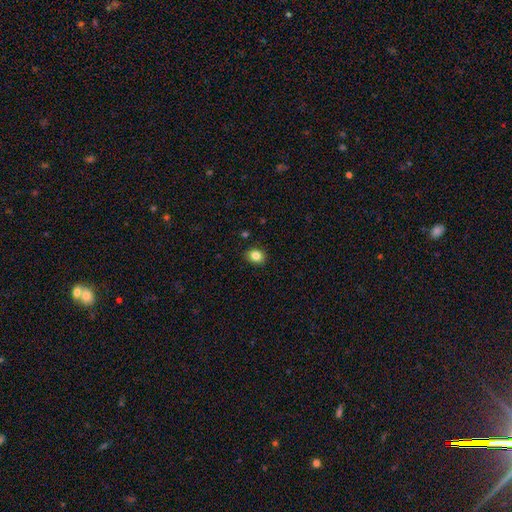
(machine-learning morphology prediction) A smooth galaxy with no disk features (84%) that is round (55%). Merging: none (89%).